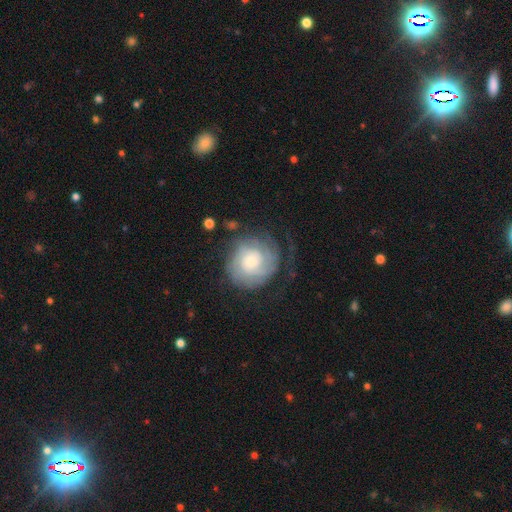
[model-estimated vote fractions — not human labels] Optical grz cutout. It shows a featured or disk galaxy (66%) with no bar (76%), tight (65%) spiral arms (88%) and a small central bulge (39%). Merging: none (58%).